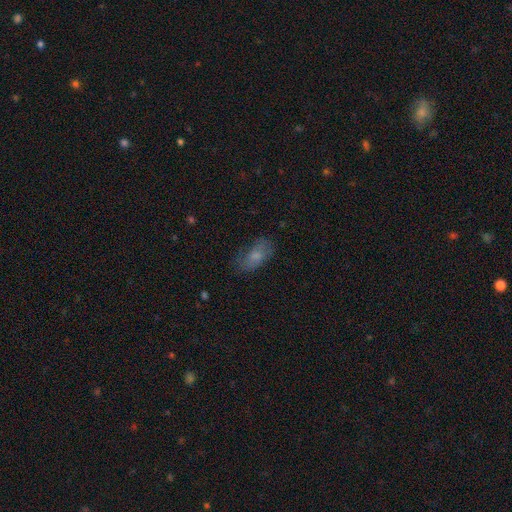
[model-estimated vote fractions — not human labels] Smooth or featured? Predicted: smooth (p=0.66). How rounded? Predicted: in between (p=0.89). Merging? Predicted: none (p=0.64).